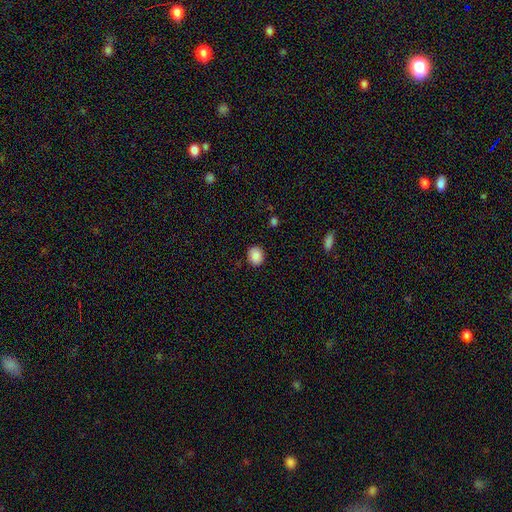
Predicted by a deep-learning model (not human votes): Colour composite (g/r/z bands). It shows a smooth galaxy with no disk features (87%) that is round (69%). Merging: none (90%).